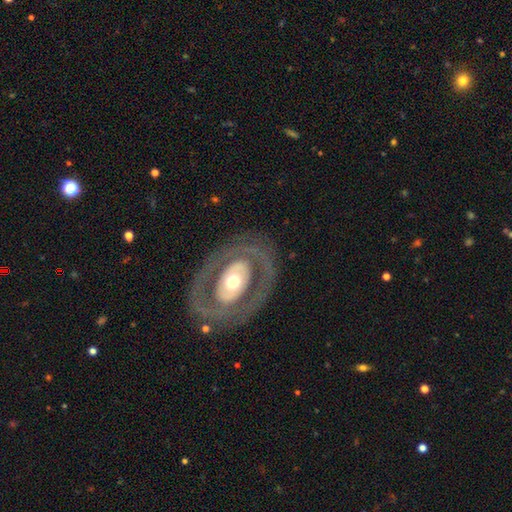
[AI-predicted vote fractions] smooth_or_featured: featured or disk (p=0.78) [alt: smooth p=0.15]
disk_edge_on: no (p=0.93) [alt: yes p=0.07]
bar: no (p=0.43) [alt: weak p=0.29]
has_spiral_arms: yes (p=0.51) [alt: no p=0.49]
bulge_size: moderate (p=0.59) [alt: small p=0.26]
merging: none (p=0.80) [alt: minor disturbance p=0.11]